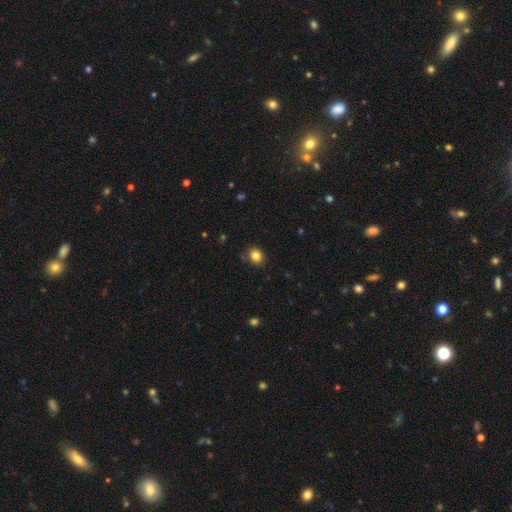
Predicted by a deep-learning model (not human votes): smooth_or_featured: smooth (p=0.83) [alt: star or artifact p=0.11]
how_rounded: round (p=0.68) [alt: in between p=0.32]
merging: none (p=0.84) [alt: minor disturbance p=0.12]